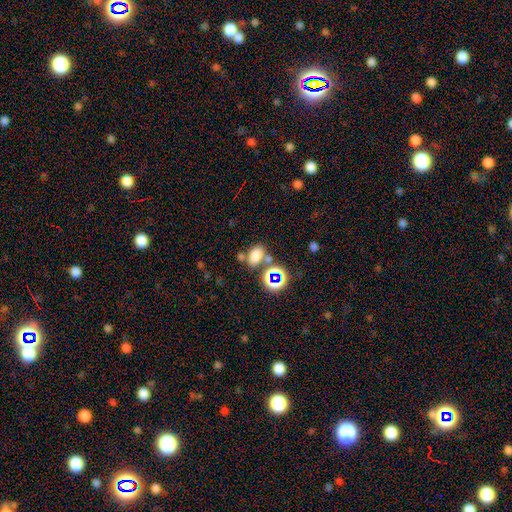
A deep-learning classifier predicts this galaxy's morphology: Q: Smooth or featured?
A: smooth (72%); runner-up: star or artifact (20%)
Q: How rounded?
A: in between (78%); runner-up: round (20%)
Q: Merging?
A: none (59%); runner-up: merger (24%)